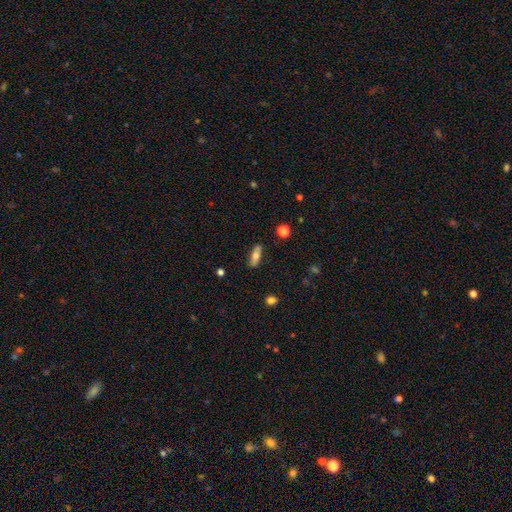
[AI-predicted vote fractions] A smooth galaxy with no disk features (65%) that is in between round and cigar-shaped (59%). Merging: none (82%).